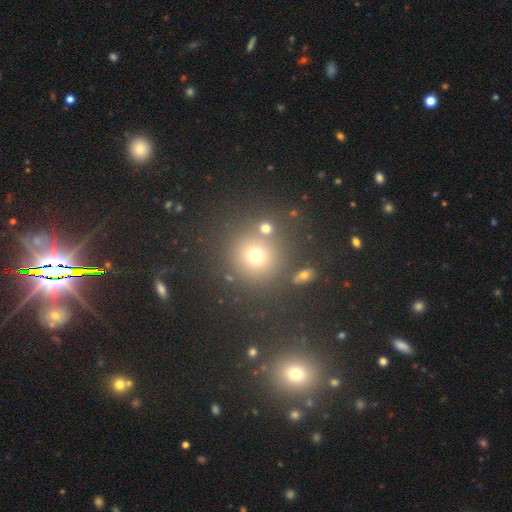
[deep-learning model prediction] Morphology: type=smooth (69%); roundness=round (92%); merging=none (77%).